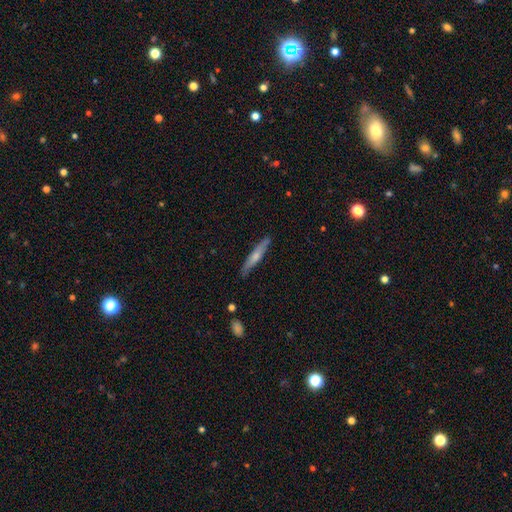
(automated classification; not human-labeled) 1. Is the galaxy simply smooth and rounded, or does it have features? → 51% smooth, 43% featured or disk, 6% star or artifact.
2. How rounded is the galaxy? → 93% cigar-shaped, 6% in between, 1% round.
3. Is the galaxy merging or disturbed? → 86% none, 10% minor disturbance, 2% major disturbance, 1% merger.